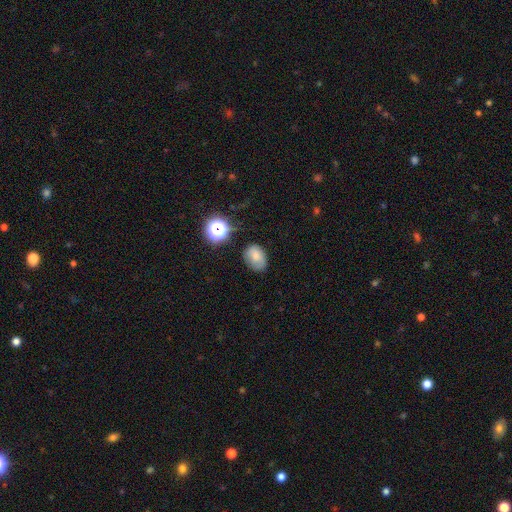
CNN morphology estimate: The model was most divided on "merging": none: 62%, minor disturbance: 27%, major disturbance: 8%, merger: 3%. More confident: smooth or featured — smooth (69%); how rounded — in between (67%).